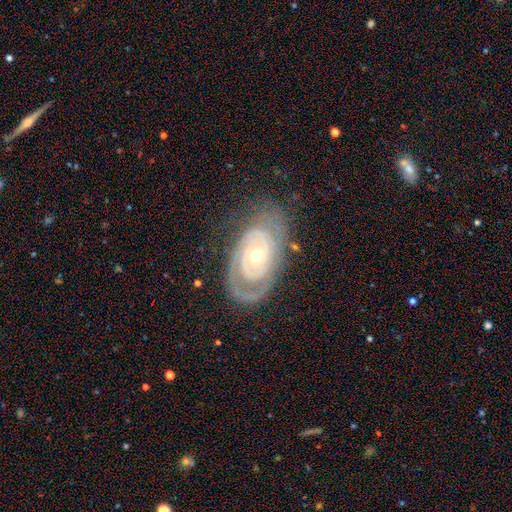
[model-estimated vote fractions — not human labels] This is clearly a featured or disk galaxy (84%). It is clearly not viewed edge-on (95%). Bar: likely no (78%). Spiral arm pattern: clearly yes (86%). Spiral arm count: marginally 2 (38%). Spiral winding: likely tight (72%). Central bulge: possibly small (52%). Merging: likely none (67%).